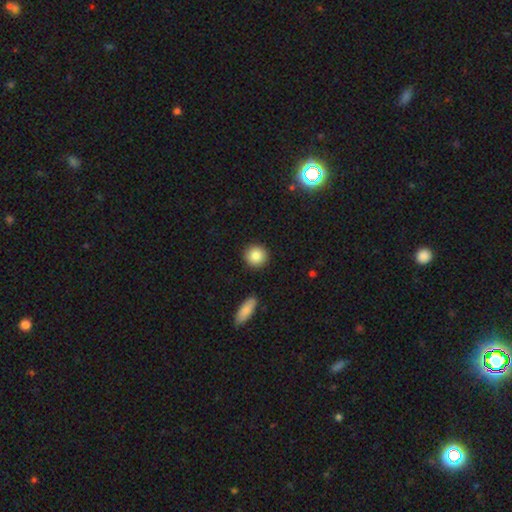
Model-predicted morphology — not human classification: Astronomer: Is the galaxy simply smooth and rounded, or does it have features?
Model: smooth — 87%.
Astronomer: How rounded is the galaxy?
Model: round — 91%.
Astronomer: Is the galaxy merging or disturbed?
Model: none — 91%.